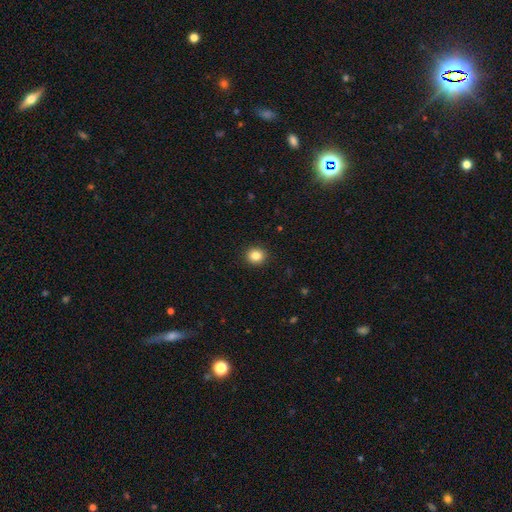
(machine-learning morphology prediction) The model was most divided on "how rounded": round: 83%, in between: 16%, cigar-shaped: 1%. More confident: merging — none (92%); smooth or featured — smooth (84%).